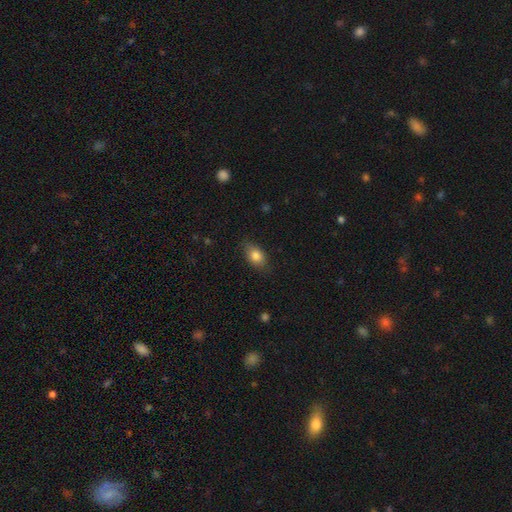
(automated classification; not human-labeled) Smooth or featured? smooth (82%)
How rounded? in between (84%)
Merging? none (80%)